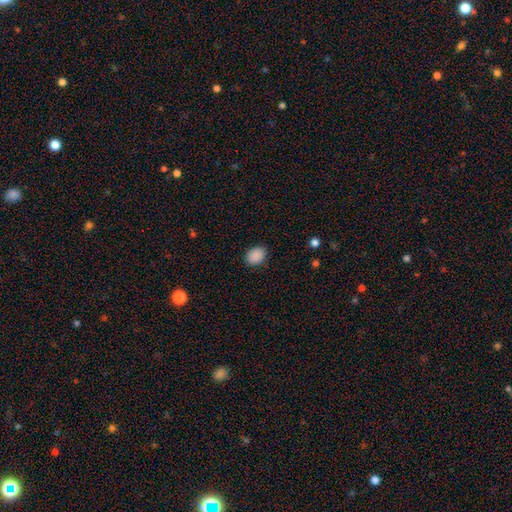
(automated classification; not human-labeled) Q: Smooth or featured?
A: smooth (89%); runner-up: star or artifact (8%)
Q: How rounded?
A: in between (67%); runner-up: round (32%)
Q: Merging?
A: none (88%); runner-up: minor disturbance (9%)